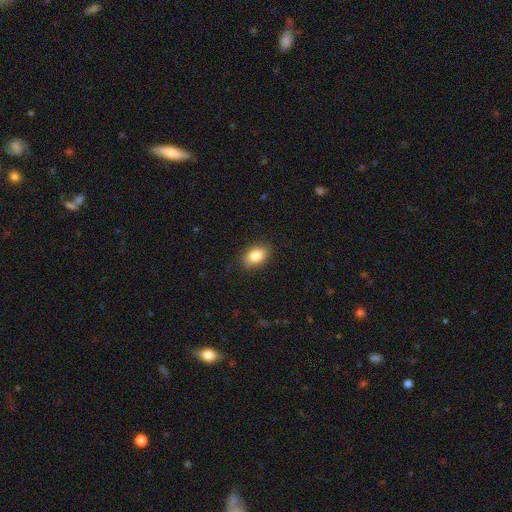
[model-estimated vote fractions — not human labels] This is clearly a smooth galaxy (85%). How rounded: clearly in between (87%). Merging: clearly none (88%).